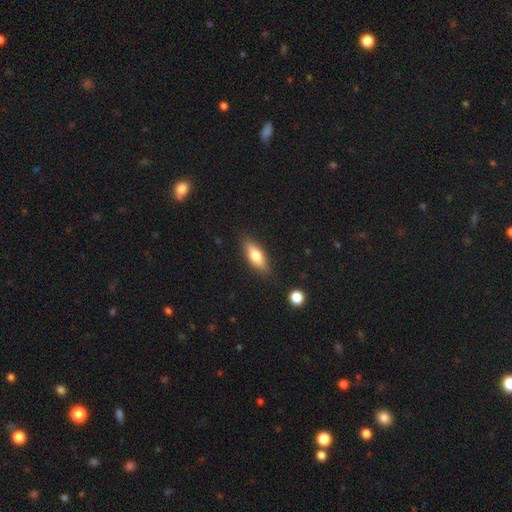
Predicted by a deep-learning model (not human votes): smooth 70%, featured or disk 24%, star or artifact 7%. Down the decision tree: how rounded — in between (64%); merging — none (85%).